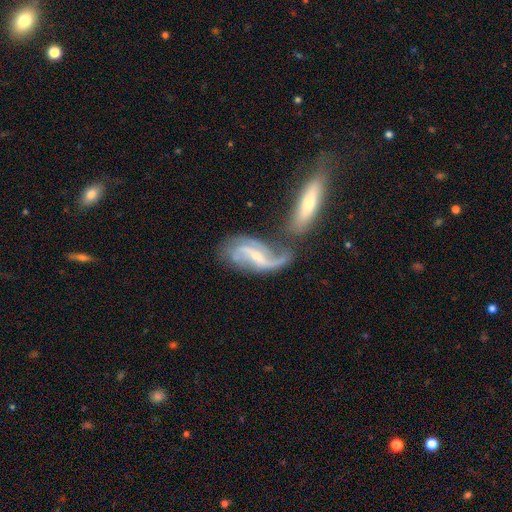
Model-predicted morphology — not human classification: Smooth or featured?
  - featured or disk: 86% *
  - smooth: 8%
  - star or artifact: 6%
Edge-on disk?
  - no: 93% *
  - yes: 7%
Bar?
  - weak: 46% *
  - no: 30%
  - strong: 25%
Spiral arms?
  - yes: 94% *
  - no: 6%
Spiral winding?
  - loose: 69% *
  - medium: 24%
  - tight: 7%
Spiral arm count?
  - 2: 80% *
  - can't tell: 6%
  - 3: 6%
  - 1: 4%
  - 4: 2%
  - more than 4: 2%
Bulge size?
  - small: 65% *
  - moderate: 27%
  - none: 6%
  - large: 2%
  - dominant: 1%
Merging?
  - merger: 35% *
  - none: 34%
  - minor disturbance: 16%
  - major disturbance: 14%